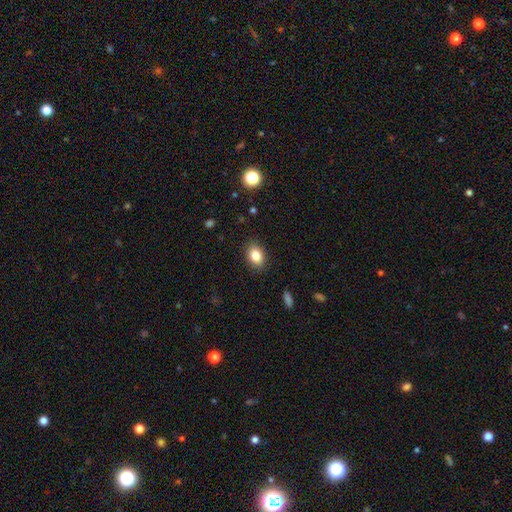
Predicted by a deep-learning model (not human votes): Smooth or featured? smooth (84%)
How rounded? in between (77%)
Merging? none (87%)